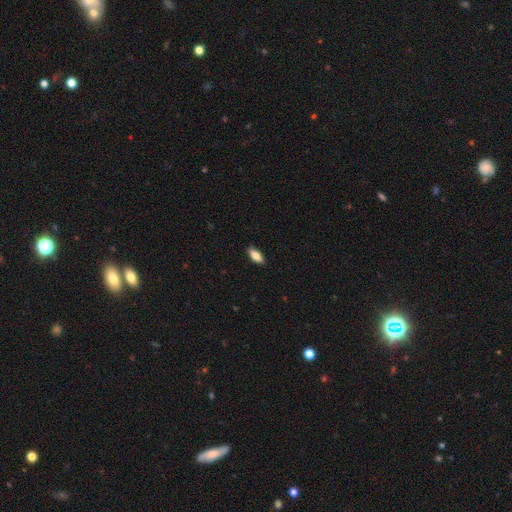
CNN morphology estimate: smooth 81%, featured or disk 13%, star or artifact 7%. Down the decision tree: how rounded — in between (81%); merging — none (88%).